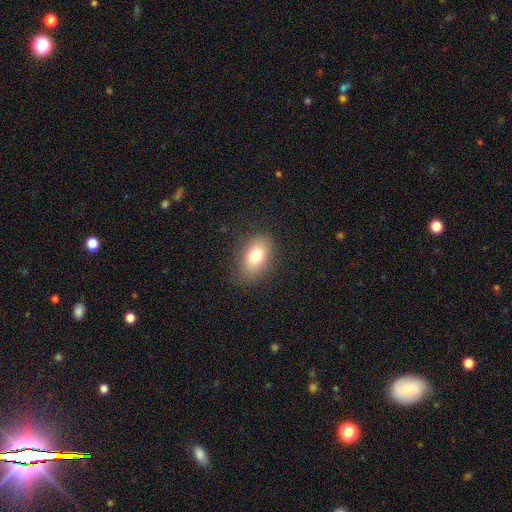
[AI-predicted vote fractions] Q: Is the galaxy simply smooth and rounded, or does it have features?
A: smooth — 76%.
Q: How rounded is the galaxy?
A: in between — 85%.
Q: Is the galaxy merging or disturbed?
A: none — 82%.